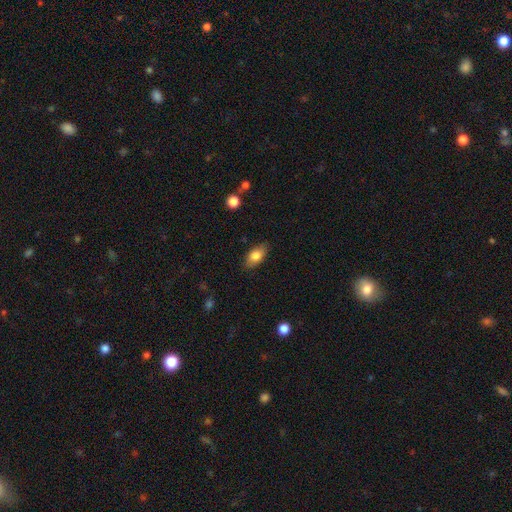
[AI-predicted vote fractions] Smooth or featured? smooth (80%)
How rounded? in between (89%)
Merging? none (84%)